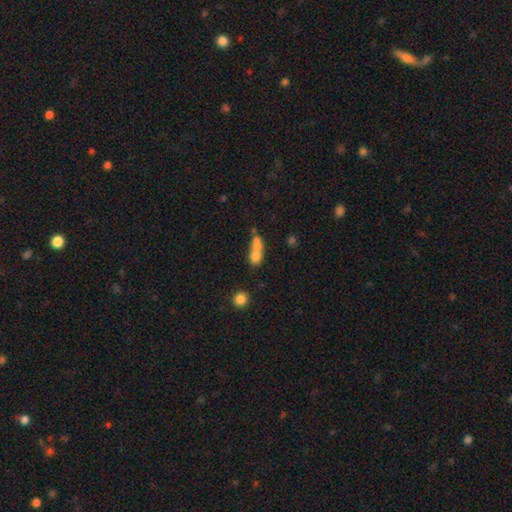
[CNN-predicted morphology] Smooth or featured? Predicted: smooth (p=0.66). How rounded? Predicted: in between (p=0.49). Merging? Predicted: merger (p=0.62).